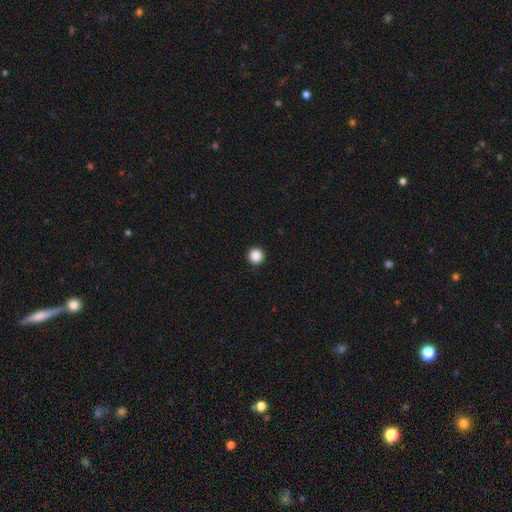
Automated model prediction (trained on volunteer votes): smooth_or_featured: smooth (p=0.87) [alt: star or artifact p=0.10]
how_rounded: round (p=0.97) [alt: in between p=0.02]
merging: none (p=0.94) [alt: minor disturbance p=0.04]